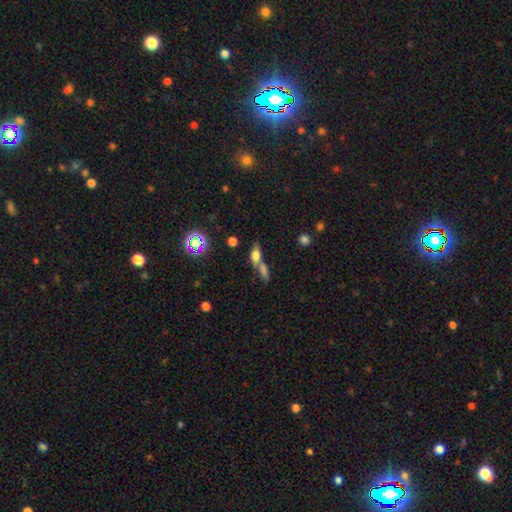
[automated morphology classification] smooth-or-featured: smooth: 63% | featured or disk: 20% | star or artifact: 17%
  how-rounded: in between: 59% | cigar-shaped: 25% | round: 16%
  merging: merger: 57% | none: 28% | minor disturbance: 9% | major disturbance: 6%